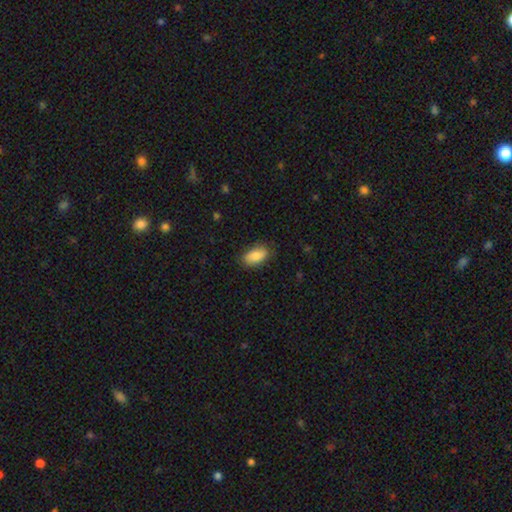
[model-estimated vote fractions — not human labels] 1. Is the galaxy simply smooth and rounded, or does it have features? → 85% smooth, 8% featured or disk, 7% star or artifact.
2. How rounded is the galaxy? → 92% in between, 5% round, 3% cigar-shaped.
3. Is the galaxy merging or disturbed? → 81% none, 14% minor disturbance, 3% major disturbance, 1% merger.